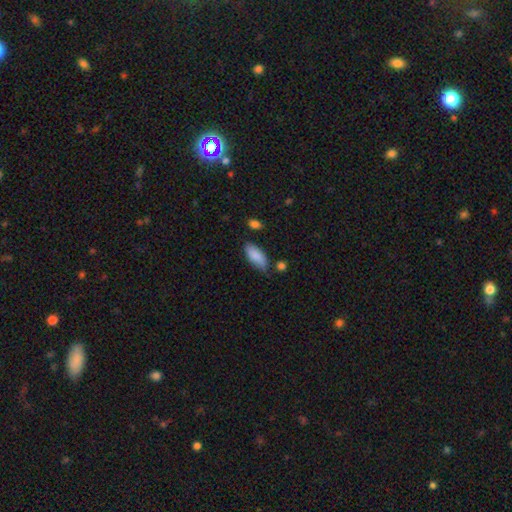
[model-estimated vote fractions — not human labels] A smooth galaxy with no disk features (86%) that is in between round and cigar-shaped (87%). Merging: none (64%).